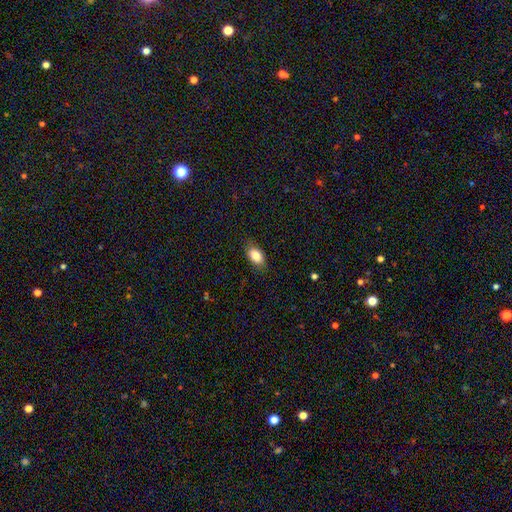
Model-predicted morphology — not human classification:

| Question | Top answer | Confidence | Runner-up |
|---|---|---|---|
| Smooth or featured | smooth | 84% | featured or disk (9%) |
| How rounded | in between | 91% | round (6%) |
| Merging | none | 84% | minor disturbance (12%) |